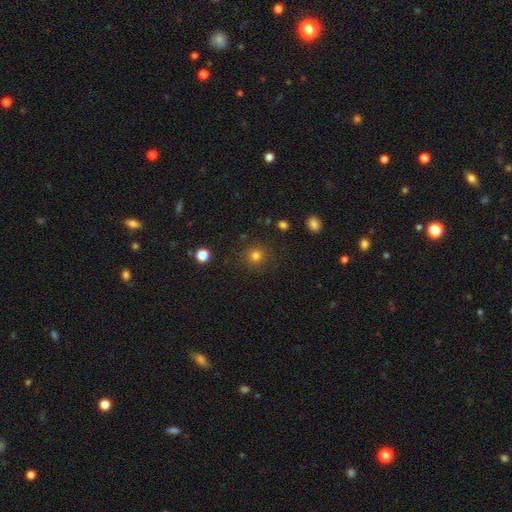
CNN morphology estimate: A smooth galaxy with no disk features (79%) that is round (92%).

Vote fractions:
- Smooth or featured? smooth: 79% / star or artifact: 15% / featured or disk: 6%
- How rounded? round: 92% / in between: 7% / cigar-shaped: 1%
- Merging? none: 87% / minor disturbance: 8% / major disturbance: 3% / merger: 2%